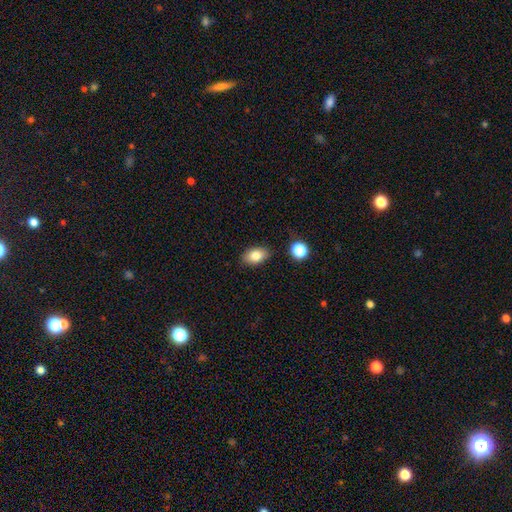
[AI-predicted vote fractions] Q: Smooth or featured?
A: smooth (82%); runner-up: featured or disk (9%)
Q: How rounded?
A: in between (87%); runner-up: round (11%)
Q: Merging?
A: none (86%); runner-up: minor disturbance (10%)